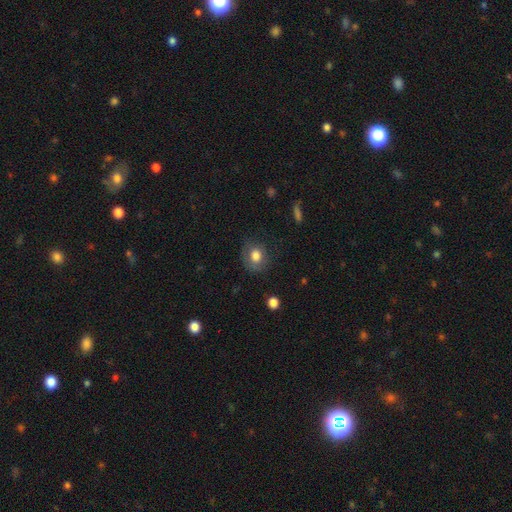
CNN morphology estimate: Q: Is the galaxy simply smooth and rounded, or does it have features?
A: smooth — 76%.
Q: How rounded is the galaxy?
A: round — 61%.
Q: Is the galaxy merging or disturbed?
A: none — 71%.